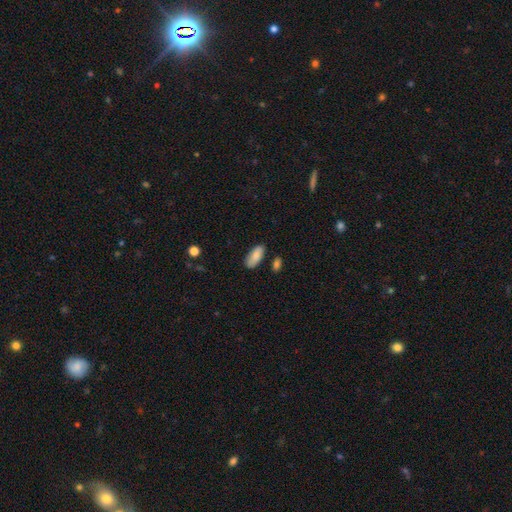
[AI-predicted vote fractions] smooth-or-featured: smooth: 85% | featured or disk: 9% | star or artifact: 6%
  how-rounded: in between: 84% | cigar-shaped: 14% | round: 2%
  merging: none: 81% | minor disturbance: 13% | merger: 4% | major disturbance: 3%